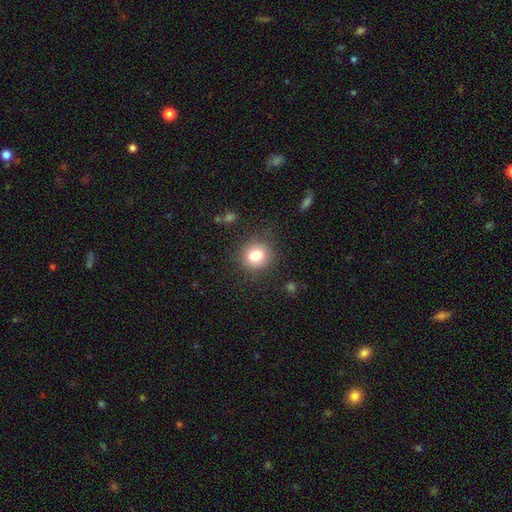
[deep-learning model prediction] Overall: smooth (80%). How rounded: round (78%). Merging: none (85%).